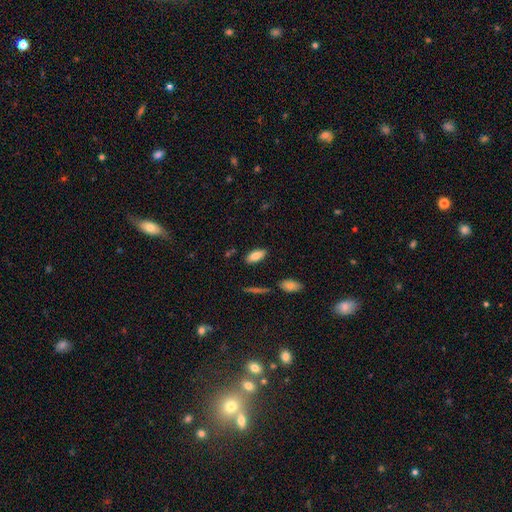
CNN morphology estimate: Smooth or featured?
  - smooth: 81% *
  - featured or disk: 11%
  - star or artifact: 7%
How rounded?
  - in between: 84% *
  - cigar-shaped: 13%
  - round: 2%
Merging?
  - none: 84% *
  - minor disturbance: 10%
  - merger: 3%
  - major disturbance: 2%